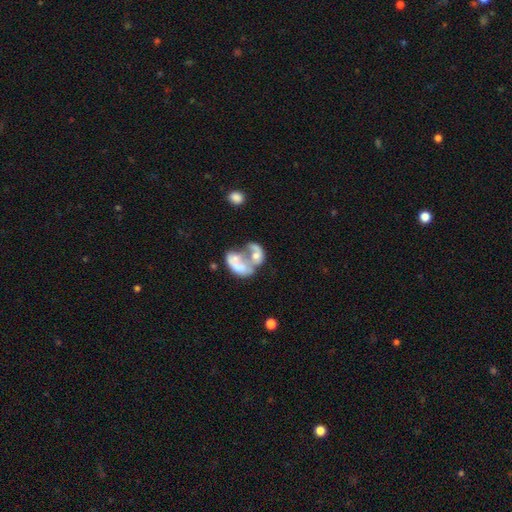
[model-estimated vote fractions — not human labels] The model was most divided on "smooth or featured": featured or disk: 51%, smooth: 39%, star or artifact: 9%. Remaining: edge-on disk — no (98%); bar — no (88%); spiral arms — no (83%); merging — merger (66%); bulge size — none (48%).